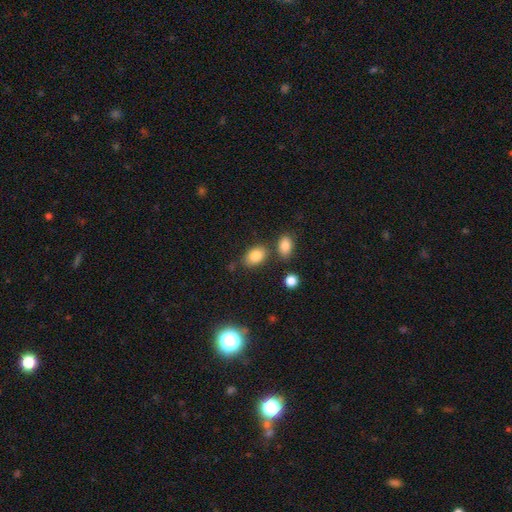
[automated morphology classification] This is clearly a smooth galaxy (83%). How rounded: clearly in between (83%). Merging: likely none (72%).